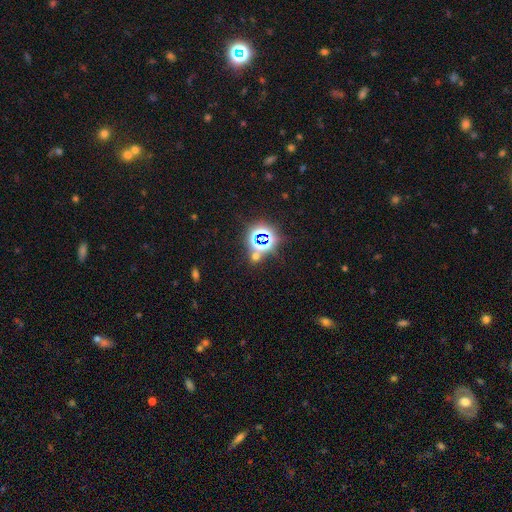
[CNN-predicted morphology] This is likely a star or artifact rather than a galaxy (63%).